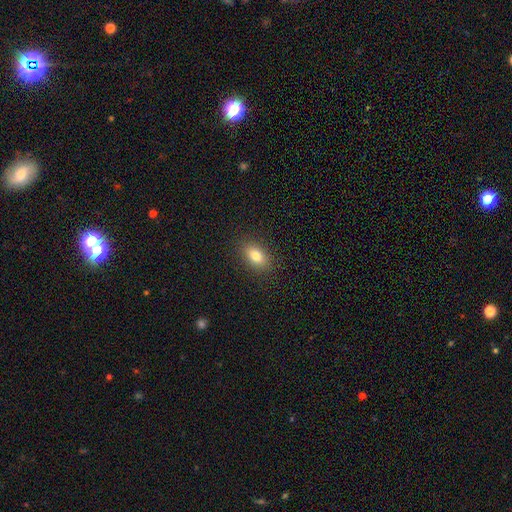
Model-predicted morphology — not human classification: Smooth or featured? Predicted: smooth (p=0.80). How rounded? Predicted: in between (p=0.85). Merging? Predicted: none (p=0.89).